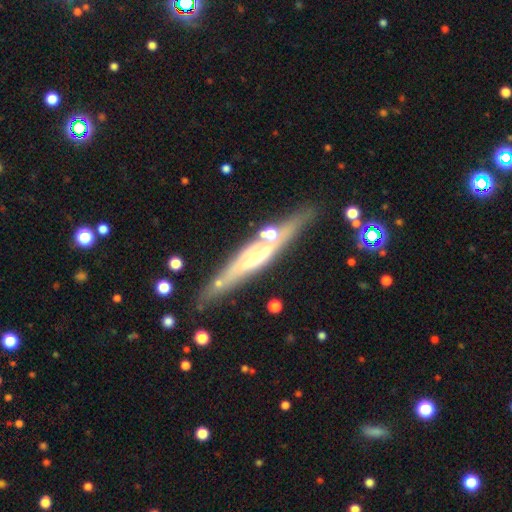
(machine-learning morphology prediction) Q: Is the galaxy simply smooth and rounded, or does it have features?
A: featured or disk — 72%.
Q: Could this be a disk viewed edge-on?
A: yes — 87%.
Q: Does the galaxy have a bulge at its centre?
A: rounded — 73%.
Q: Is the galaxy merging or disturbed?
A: none — 76%.